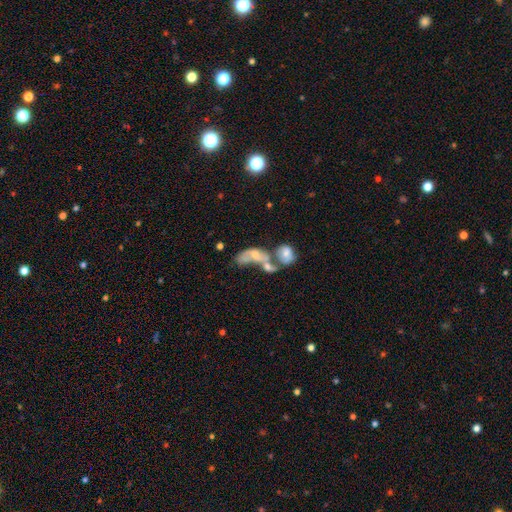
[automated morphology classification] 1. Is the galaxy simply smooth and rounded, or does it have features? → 48% featured or disk, 38% smooth, 15% star or artifact.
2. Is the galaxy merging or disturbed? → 61% merger, 17% major disturbance, 13% none, 9% minor disturbance.